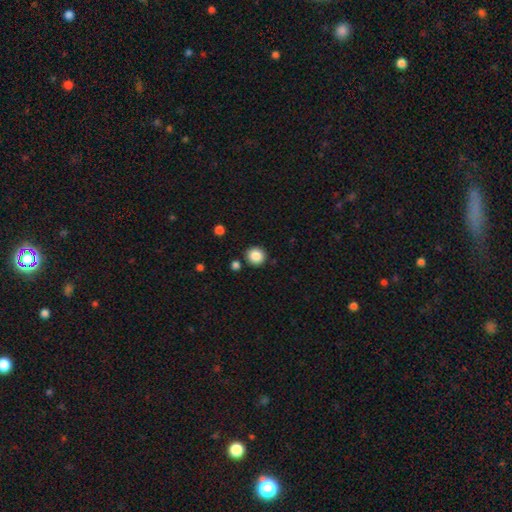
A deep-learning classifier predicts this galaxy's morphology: type=smooth (87%); roundness=round (92%); merging=none (88%).